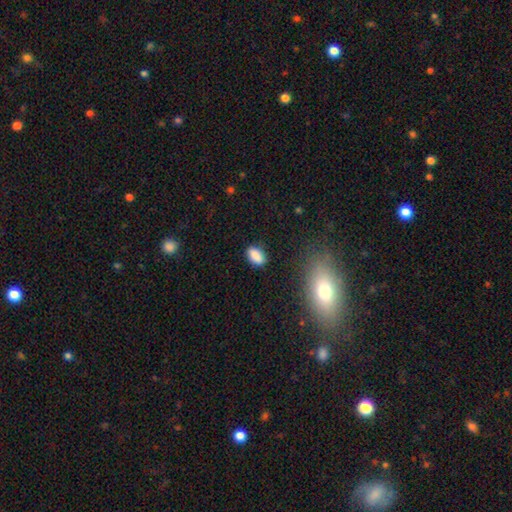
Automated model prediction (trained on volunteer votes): A smooth galaxy with no disk features (86%) that is in between round and cigar-shaped (89%).

Vote fractions:
- Smooth or featured? smooth: 86% / star or artifact: 9% / featured or disk: 6%
- How rounded? in between: 89% / round: 7% / cigar-shaped: 4%
- Merging? none: 82% / minor disturbance: 13% / major disturbance: 3% / merger: 2%